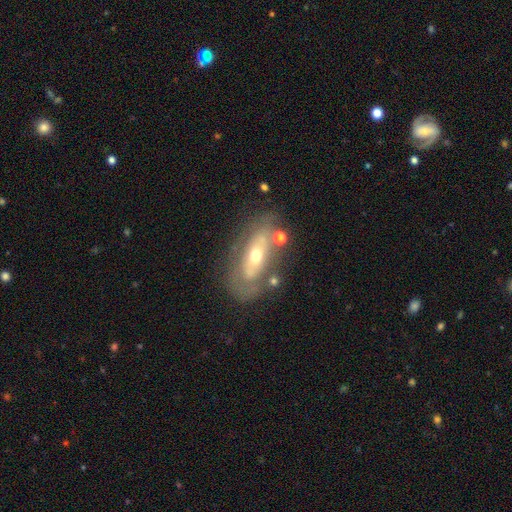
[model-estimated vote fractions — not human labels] Smooth or featured? featured or disk (66%)
Edge-on disk? no (84%)
Bar? no (71%)
Spiral arms? no (66%)
Bulge size? moderate (62%)
Merging? none (67%)